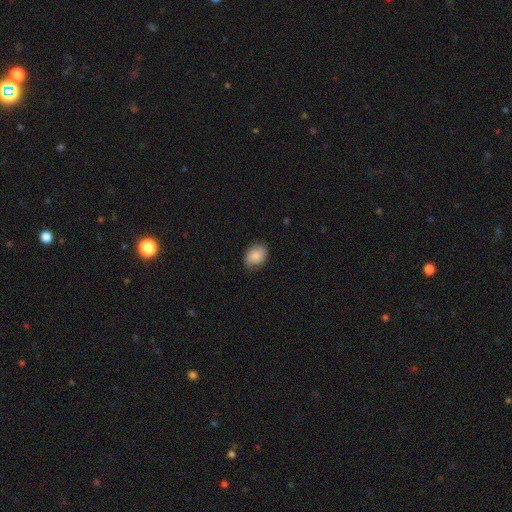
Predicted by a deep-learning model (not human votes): smooth_or_featured: smooth (p=0.82) [alt: featured or disk p=0.11]
how_rounded: in between (p=0.67) [alt: round p=0.32]
merging: none (p=0.74) [alt: minor disturbance p=0.21]